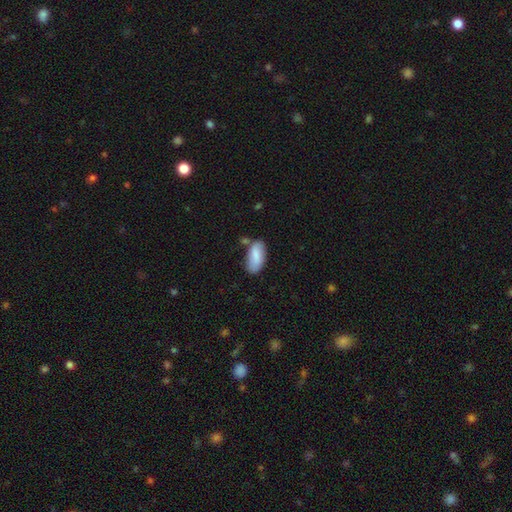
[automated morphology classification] A smooth galaxy with no disk features (82%) that is in between round and cigar-shaped (92%).

Vote fractions:
- Smooth or featured? smooth: 82% / featured or disk: 12% / star or artifact: 6%
- How rounded? in between: 92% / cigar-shaped: 6% / round: 2%
- Merging? none: 61% / minor disturbance: 25% / merger: 9% / major disturbance: 6%